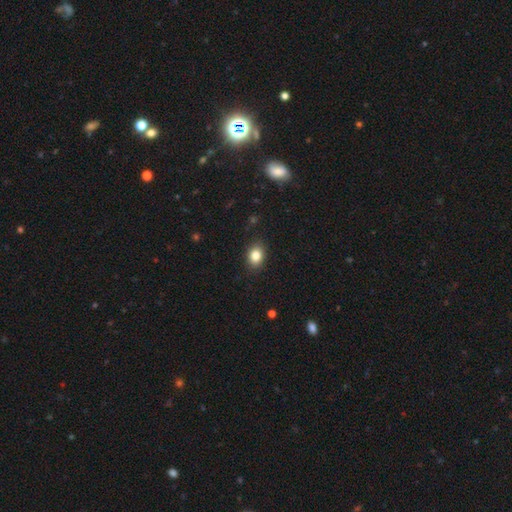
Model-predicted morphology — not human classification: Smooth or featured?
  - smooth: 84% *
  - star or artifact: 10%
  - featured or disk: 7%
How rounded?
  - in between: 61% *
  - round: 37%
  - cigar-shaped: 1%
Merging?
  - none: 87% *
  - minor disturbance: 10%
  - major disturbance: 2%
  - merger: 1%